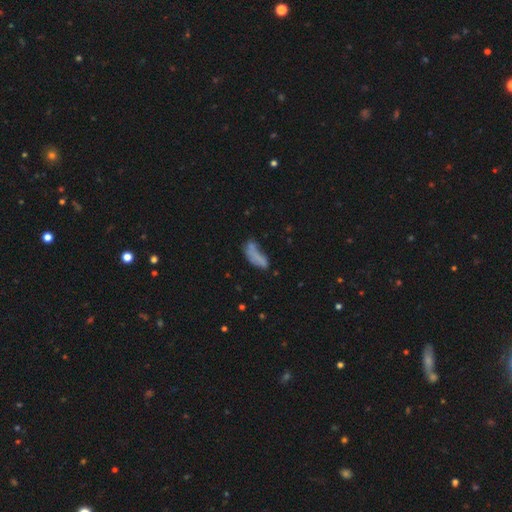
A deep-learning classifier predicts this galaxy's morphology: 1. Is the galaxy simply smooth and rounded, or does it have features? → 68% smooth, 20% featured or disk, 12% star or artifact.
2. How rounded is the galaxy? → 65% in between, 31% cigar-shaped, 3% round.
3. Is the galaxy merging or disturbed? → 36% none, 26% minor disturbance, 24% major disturbance, 13% merger.